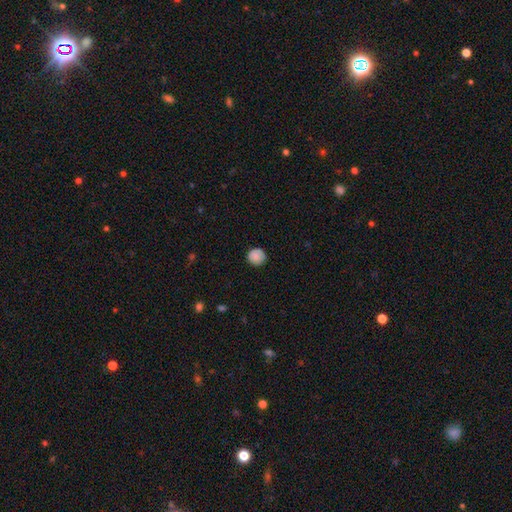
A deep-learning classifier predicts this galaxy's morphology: smooth-or-featured: smooth: 86% | star or artifact: 8% | featured or disk: 6%
  how-rounded: round: 92% | in between: 7% | cigar-shaped: 1%
  merging: none: 84% | minor disturbance: 12% | major disturbance: 3% | merger: 1%